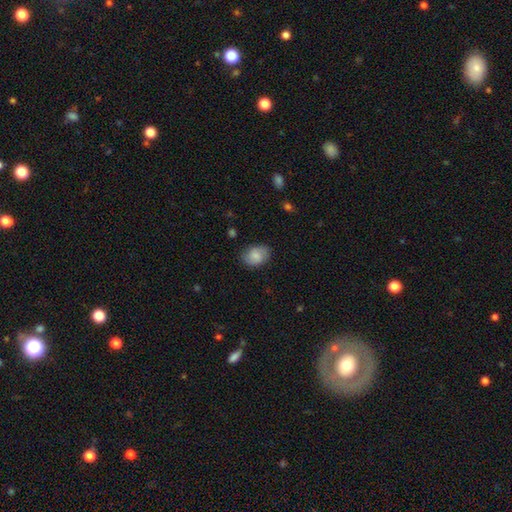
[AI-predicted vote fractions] smooth_or_featured: smooth (p=0.73) [alt: featured or disk p=0.19]
how_rounded: in between (p=0.68) [alt: round p=0.31]
merging: none (p=0.79) [alt: minor disturbance p=0.16]